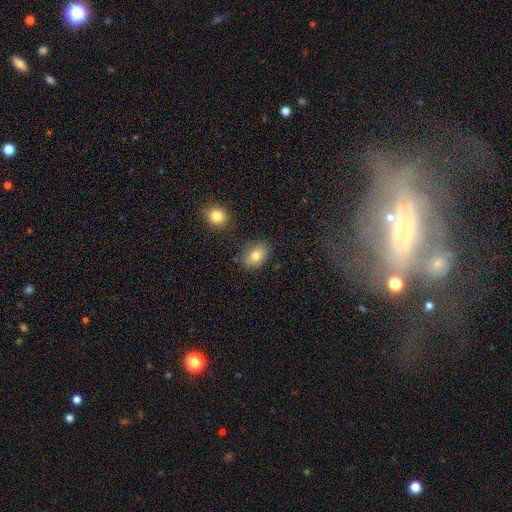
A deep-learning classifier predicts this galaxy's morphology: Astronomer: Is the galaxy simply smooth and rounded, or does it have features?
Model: smooth — 78%.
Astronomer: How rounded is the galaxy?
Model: in between — 77%.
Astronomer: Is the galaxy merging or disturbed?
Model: none — 79%.